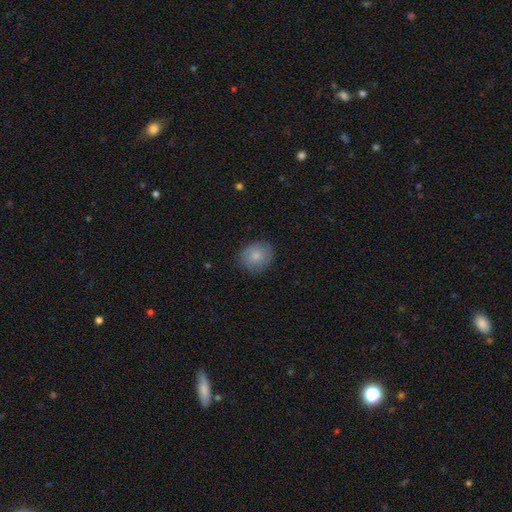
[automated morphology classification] A smooth galaxy with no disk features (82%) that is round (76%).

Vote fractions:
- Smooth or featured? smooth: 82% / featured or disk: 11% / star or artifact: 7%
- How rounded? round: 76% / in between: 23% / cigar-shaped: 1%
- Merging? none: 82% / minor disturbance: 13% / major disturbance: 3% / merger: 1%